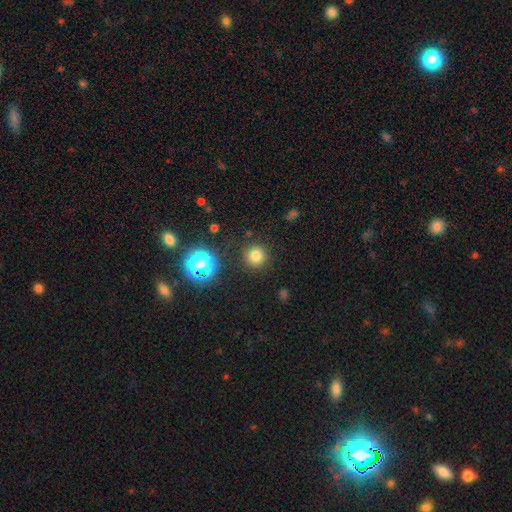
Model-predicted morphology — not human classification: The model was most divided on "smooth or featured": smooth: 76%, star or artifact: 18%, featured or disk: 6%. More confident: how rounded — round (95%); merging — none (88%).